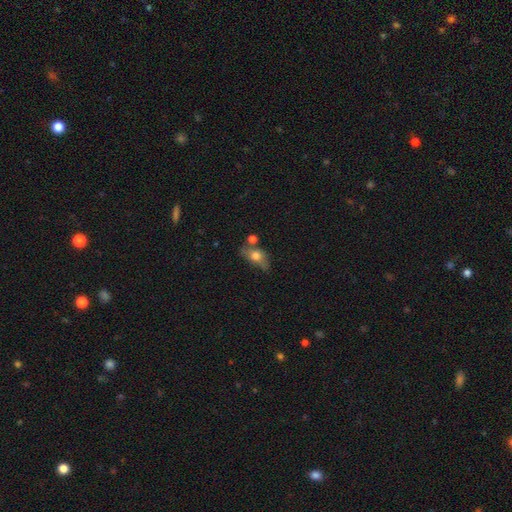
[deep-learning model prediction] smooth-or-featured: smooth: 65% | featured or disk: 26% | star or artifact: 9%
  how-rounded: in between: 75% | round: 18% | cigar-shaped: 6%
  merging: none: 45% | minor disturbance: 25% | merger: 18% | major disturbance: 12%